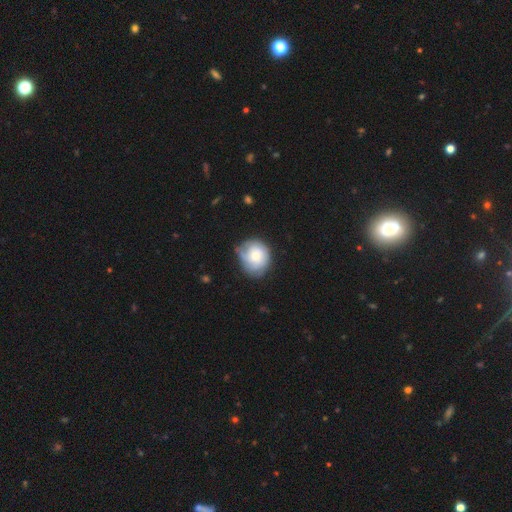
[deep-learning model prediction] smooth 51%, featured or disk 42%, star or artifact 7%. Down the decision tree: how rounded — round (75%); merging — none (60%).